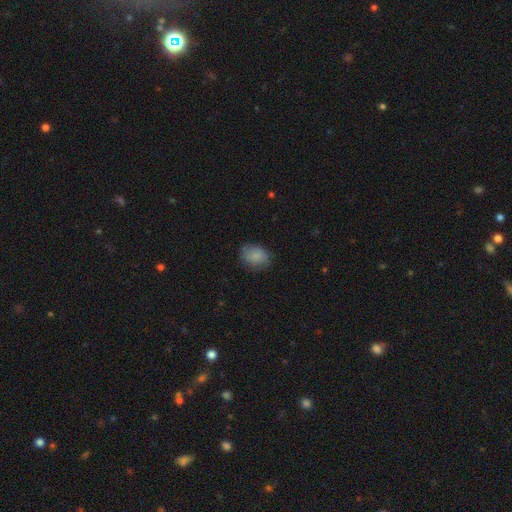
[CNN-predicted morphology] smooth 84%, featured or disk 8%, star or artifact 7%. Down the decision tree: how rounded — in between (66%); merging — none (76%).